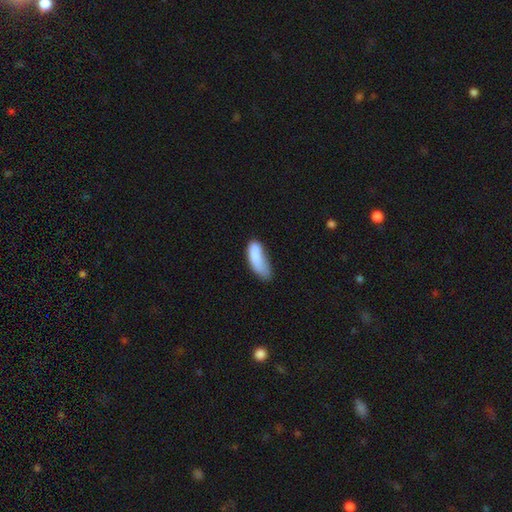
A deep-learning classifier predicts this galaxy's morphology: Smooth or featured?
  - smooth: 82% *
  - featured or disk: 11%
  - star or artifact: 8%
How rounded?
  - in between: 65% *
  - cigar-shaped: 33%
  - round: 2%
Merging?
  - minor disturbance: 39% *
  - none: 30%
  - major disturbance: 25%
  - merger: 6%